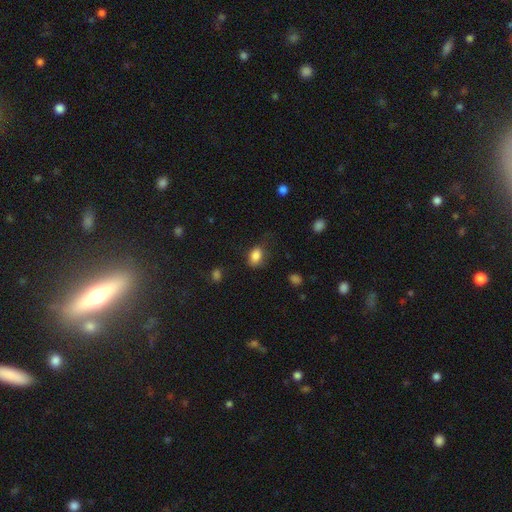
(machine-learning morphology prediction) Smooth or featured?
  - smooth: 85% *
  - star or artifact: 9%
  - featured or disk: 6%
How rounded?
  - in between: 79% *
  - round: 20%
  - cigar-shaped: 1%
Merging?
  - none: 64% *
  - minor disturbance: 25%
  - major disturbance: 10%
  - merger: 2%